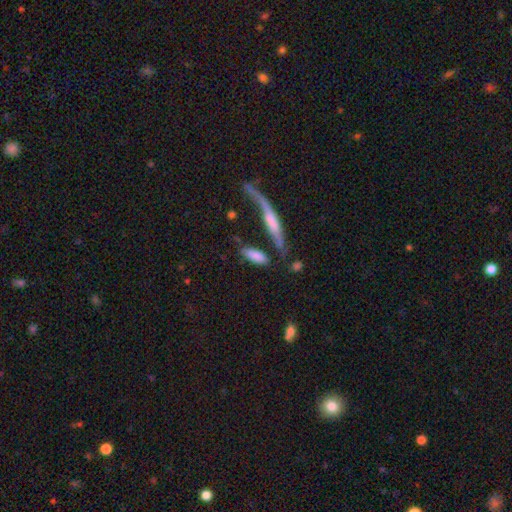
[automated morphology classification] A smooth galaxy with no disk features (79%) that is in between round and cigar-shaped (64%).

Vote fractions:
- Smooth or featured? smooth: 79% / featured or disk: 14% / star or artifact: 7%
- How rounded? in between: 64% / cigar-shaped: 33% / round: 3%
- Merging? none: 53% / merger: 19% / minor disturbance: 18% / major disturbance: 10%